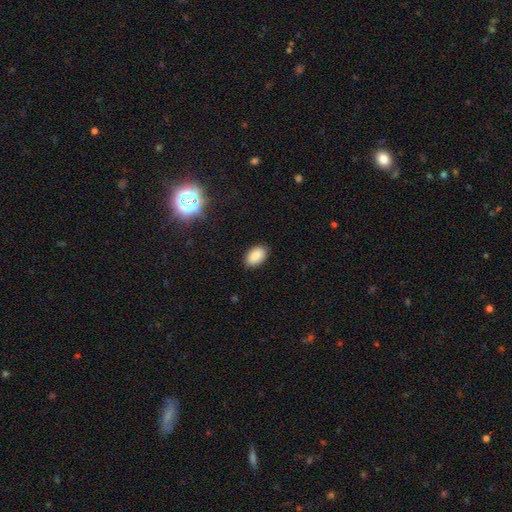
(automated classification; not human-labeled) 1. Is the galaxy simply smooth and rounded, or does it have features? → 85% smooth, 9% star or artifact, 6% featured or disk.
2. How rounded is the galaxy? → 92% in between, 7% round, 1% cigar-shaped.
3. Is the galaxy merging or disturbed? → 88% none, 9% minor disturbance, 2% major disturbance, 1% merger.